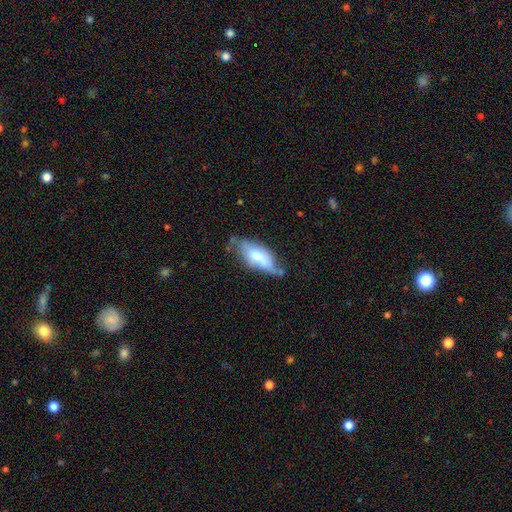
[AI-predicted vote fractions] A smooth galaxy with no disk features (51%) that is in between round and cigar-shaped (74%).

Vote fractions:
- Smooth or featured? smooth: 51% / featured or disk: 43% / star or artifact: 7%
- How rounded? in between: 74% / cigar-shaped: 23% / round: 3%
- Merging? none: 51% / minor disturbance: 32% / major disturbance: 10% / merger: 7%